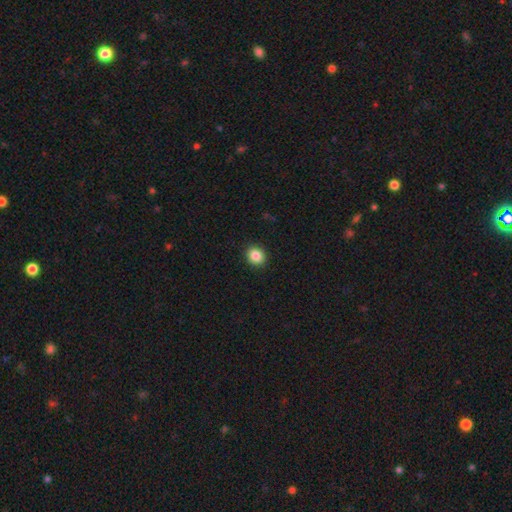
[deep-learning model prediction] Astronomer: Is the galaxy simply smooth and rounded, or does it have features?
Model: smooth — 86%.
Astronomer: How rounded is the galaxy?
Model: round — 71%.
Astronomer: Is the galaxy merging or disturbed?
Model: none — 91%.